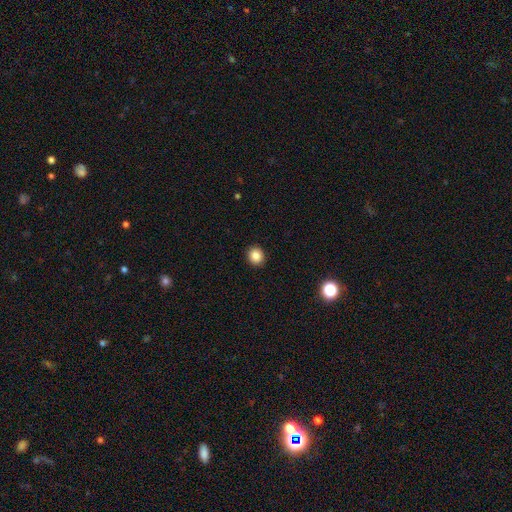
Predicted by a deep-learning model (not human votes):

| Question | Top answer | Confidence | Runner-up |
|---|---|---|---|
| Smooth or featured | smooth | 86% | star or artifact (10%) |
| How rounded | round | 84% | in between (15%) |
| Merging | none | 93% | minor disturbance (5%) |